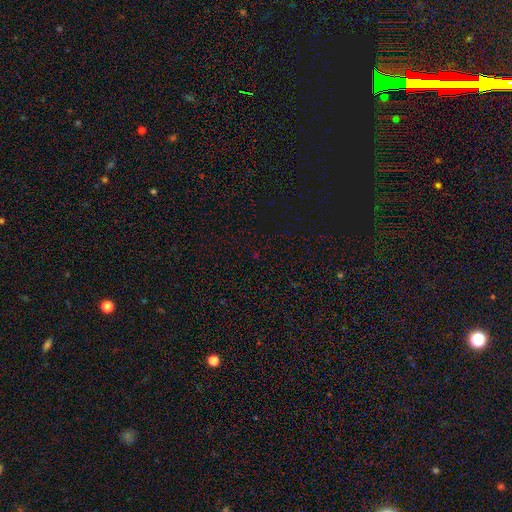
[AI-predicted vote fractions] Smooth or featured? star or artifact (69%)